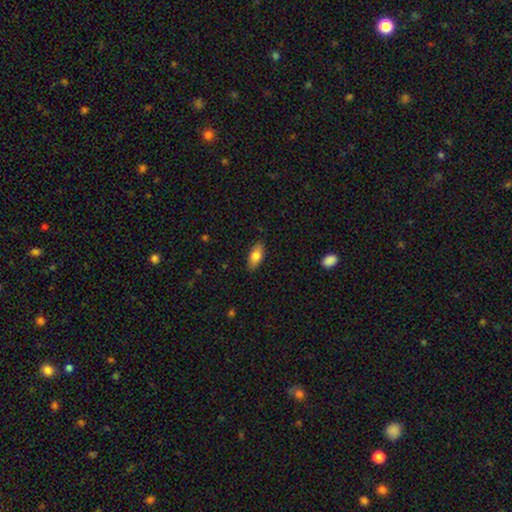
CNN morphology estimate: smooth-or-featured: smooth: 77% | featured or disk: 16% | star or artifact: 7%
  how-rounded: in between: 85% | cigar-shaped: 11% | round: 3%
  merging: none: 87% | minor disturbance: 10% | major disturbance: 2% | merger: 1%